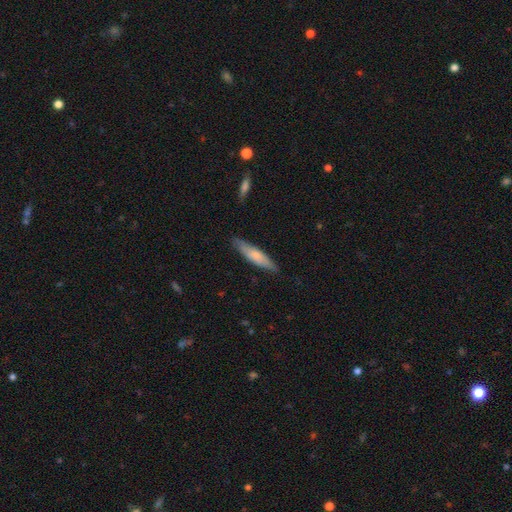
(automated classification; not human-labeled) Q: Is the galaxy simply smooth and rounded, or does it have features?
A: smooth — 64%.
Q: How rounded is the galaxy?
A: cigar-shaped — 79%.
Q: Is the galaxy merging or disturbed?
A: none — 82%.